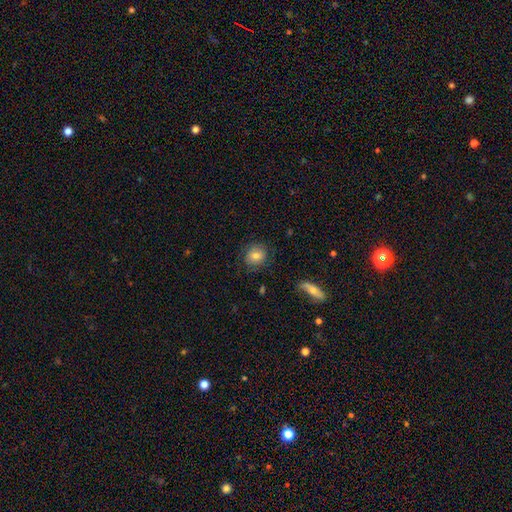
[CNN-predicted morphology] Smooth or featured: smooth — 74% (featured or disk — 17%)
How rounded: round — 74% (in between — 24%)
Merging: none — 80% (minor disturbance — 14%)